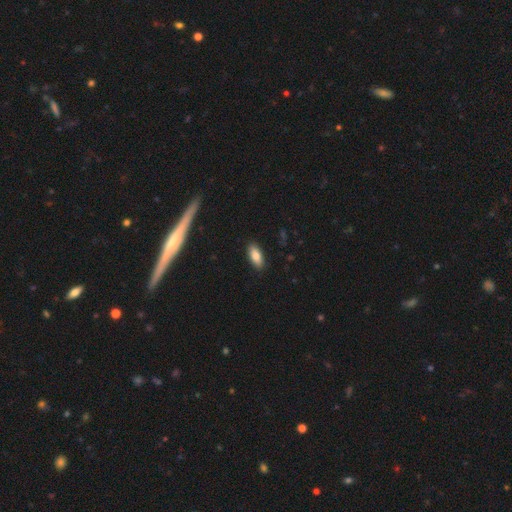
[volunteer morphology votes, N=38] This appears to be a smooth galaxy with no disk features (87%) that is in between round and cigar-shaped (85%). Merging: none (94%).